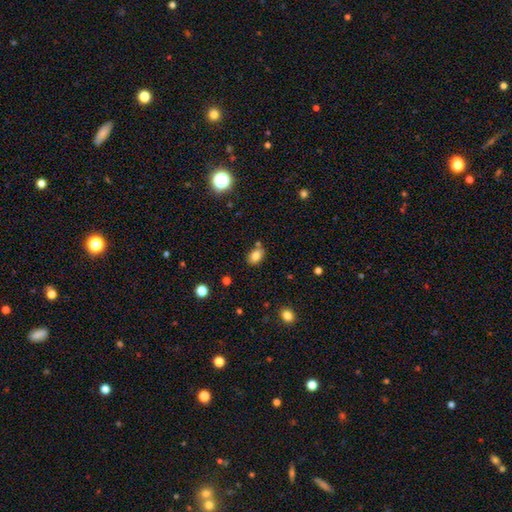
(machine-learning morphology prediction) smooth_or_featured: smooth (p=0.83) [alt: star or artifact p=0.10]
how_rounded: in between (p=0.84) [alt: round p=0.15]
merging: none (p=0.73) [alt: minor disturbance p=0.14]